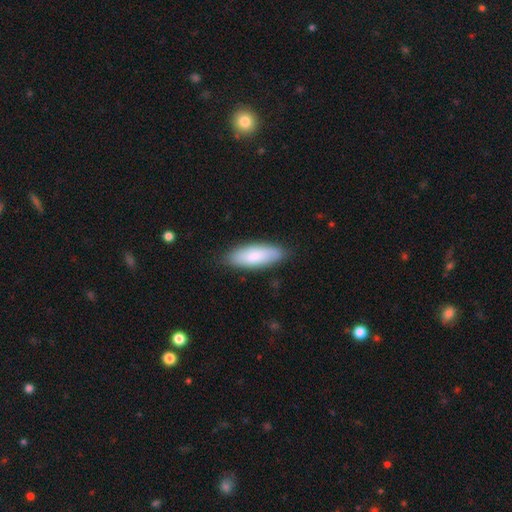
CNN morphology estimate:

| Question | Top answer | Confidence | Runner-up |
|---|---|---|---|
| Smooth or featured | smooth | 81% | featured or disk (13%) |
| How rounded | in between | 69% | cigar-shaped (29%) |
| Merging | none | 84% | minor disturbance (12%) |